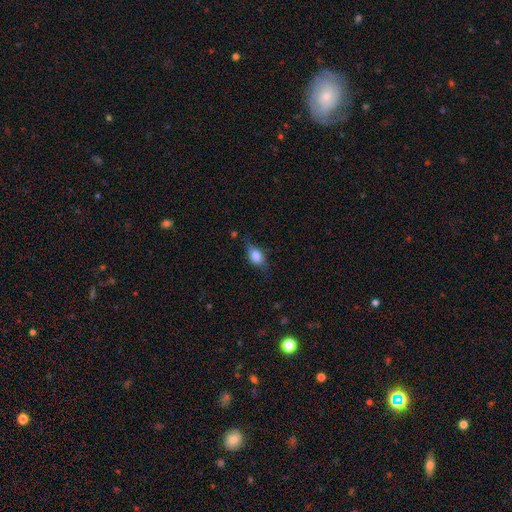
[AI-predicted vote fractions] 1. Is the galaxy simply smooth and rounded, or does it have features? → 74% smooth, 17% featured or disk, 8% star or artifact.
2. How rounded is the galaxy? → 80% in between, 13% round, 6% cigar-shaped.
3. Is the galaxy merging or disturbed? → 58% none, 30% minor disturbance, 10% major disturbance, 2% merger.